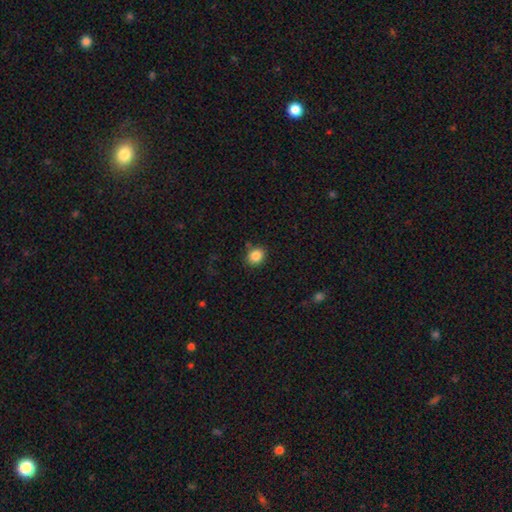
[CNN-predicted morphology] Q: Smooth or featured?
A: smooth (86%); runner-up: star or artifact (10%)
Q: How rounded?
A: round (65%); runner-up: in between (34%)
Q: Merging?
A: none (84%); runner-up: minor disturbance (11%)